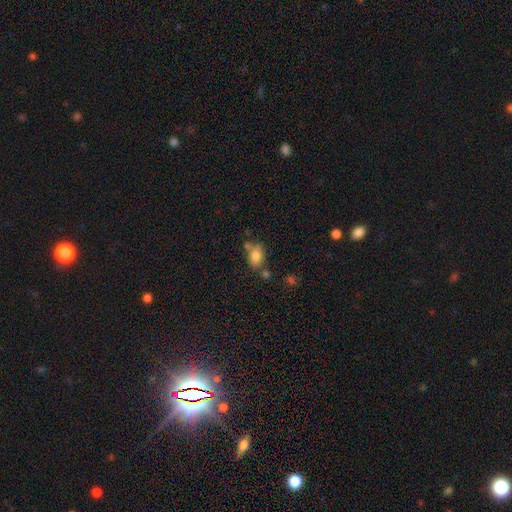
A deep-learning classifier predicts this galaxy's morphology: The model was most divided on "merging": none: 60%, merger: 18%, minor disturbance: 17%, major disturbance: 5%. More confident: how rounded — in between (83%); smooth or featured — smooth (80%).